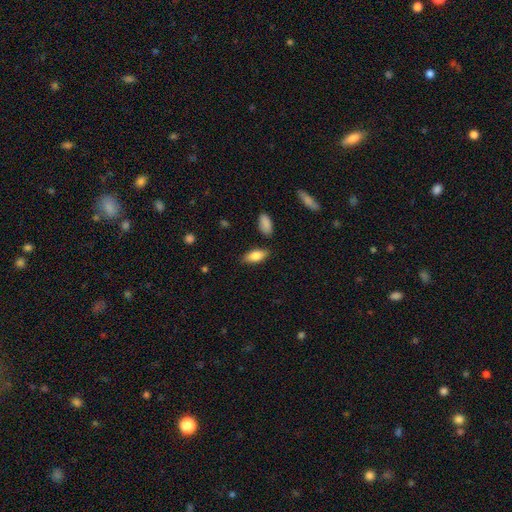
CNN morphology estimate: This is clearly a smooth galaxy (80%). How rounded: clearly in between (84%). Merging: clearly none (81%).